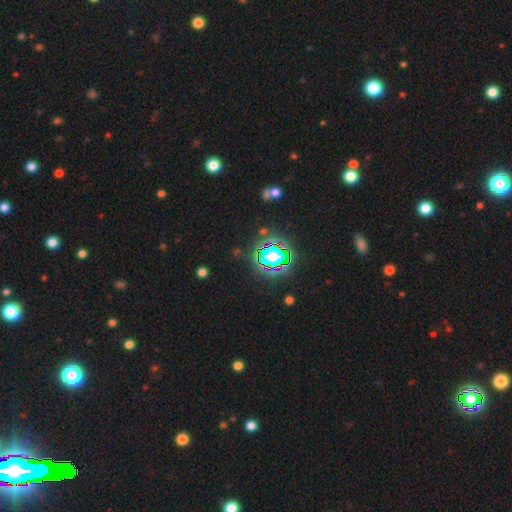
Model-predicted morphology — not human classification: Q: Smooth or featured?
A: star or artifact (77%); runner-up: smooth (15%)